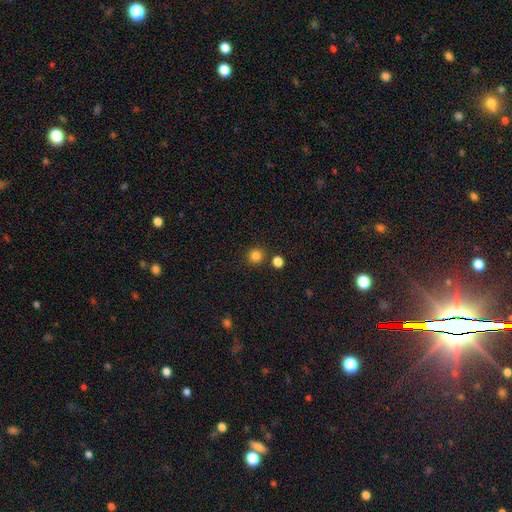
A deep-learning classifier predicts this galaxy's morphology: This appears to be a smooth galaxy with no disk features (83%) that is round (93%). Merging: none (83%).